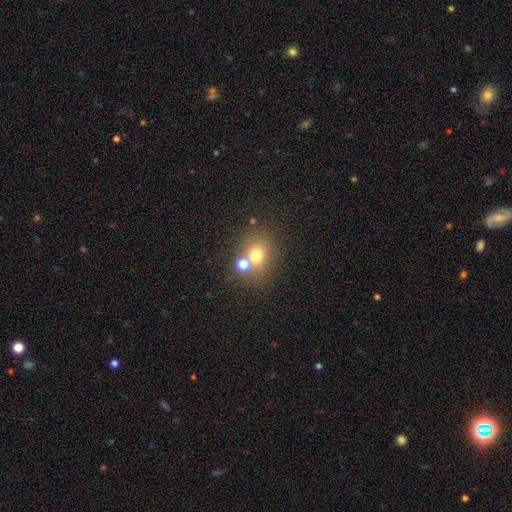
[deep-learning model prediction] Smooth or featured? Predicted: smooth (p=0.70). How rounded? Predicted: round (p=0.74). Merging? Predicted: none (p=0.59).